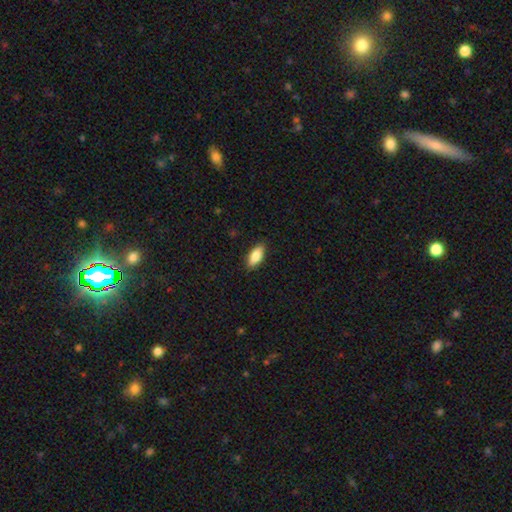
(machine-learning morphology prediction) A smooth galaxy with no disk features (85%) that is in between round and cigar-shaped (84%). Merging: none (88%).